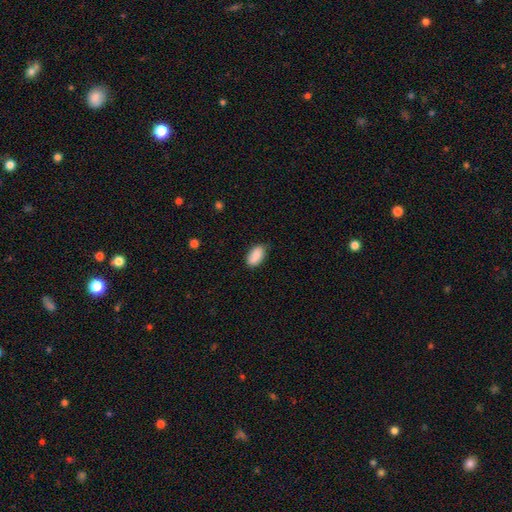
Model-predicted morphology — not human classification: Overall: smooth (89%). How rounded: in between (94%). Merging: none (78%).